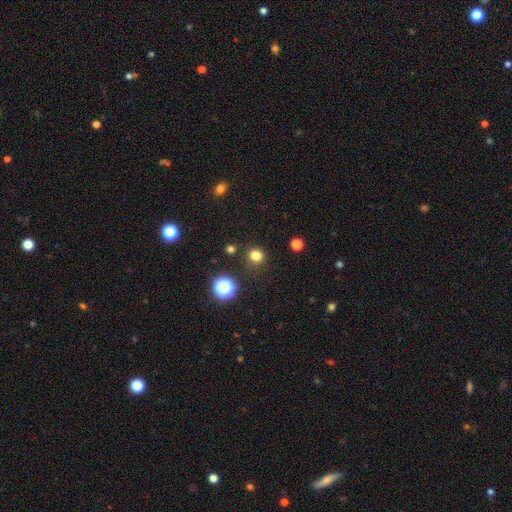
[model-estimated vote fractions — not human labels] Morphology: type=smooth (79%); roundness=round (87%); merging=none (87%).